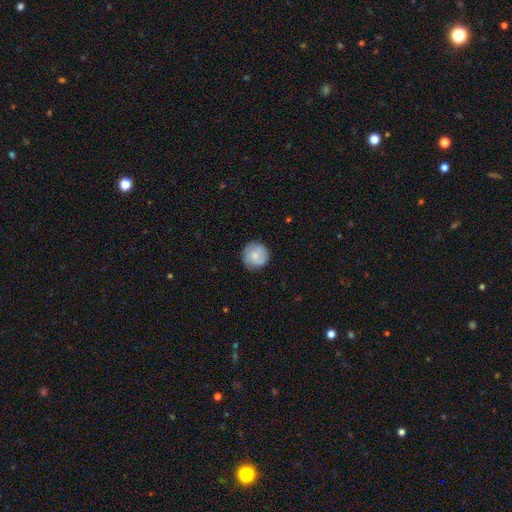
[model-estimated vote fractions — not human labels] Overall: smooth (75%). How rounded: round (95%). Merging: none (83%).